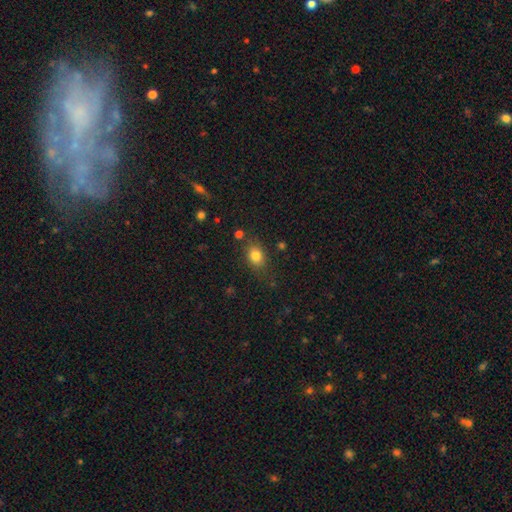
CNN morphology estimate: smooth 81%, star or artifact 11%, featured or disk 8%. Down the decision tree: how rounded — in between (61%); merging — none (74%).